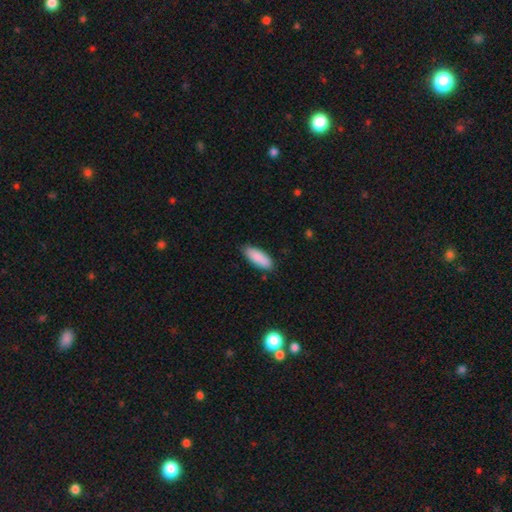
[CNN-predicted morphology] The model was most divided on "how rounded": in between: 72%, cigar-shaped: 27%, round: 2%. More confident: smooth or featured — smooth (89%); merging — none (83%).